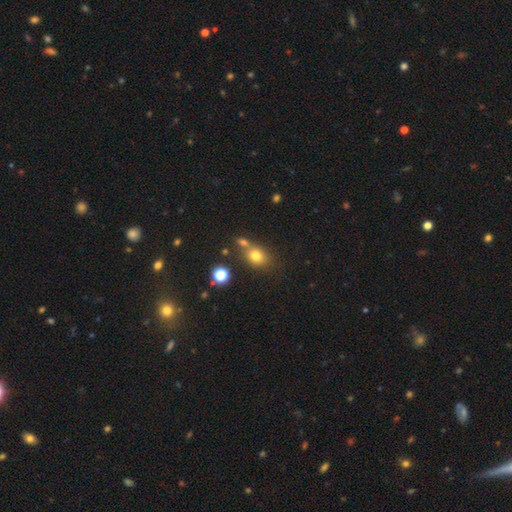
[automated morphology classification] This is likely a smooth galaxy (76%). How rounded: possibly round (53%). Merging: possibly none (55%).